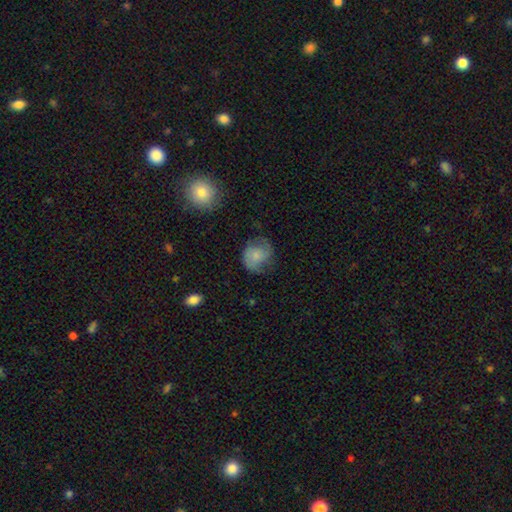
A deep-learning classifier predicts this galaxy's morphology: smooth-or-featured: smooth: 57% | featured or disk: 35% | star or artifact: 9%
  how-rounded: round: 69% | in between: 30% | cigar-shaped: 1%
  merging: none: 56% | minor disturbance: 28% | major disturbance: 15% | merger: 2%